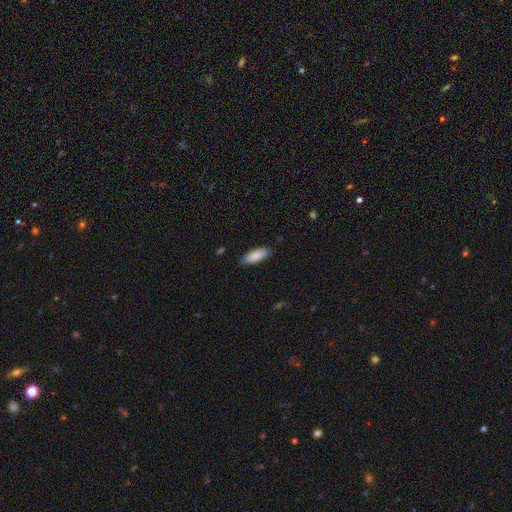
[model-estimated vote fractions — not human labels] Morphology: type=smooth (87%); roundness=in between (68%); merging=none (83%).